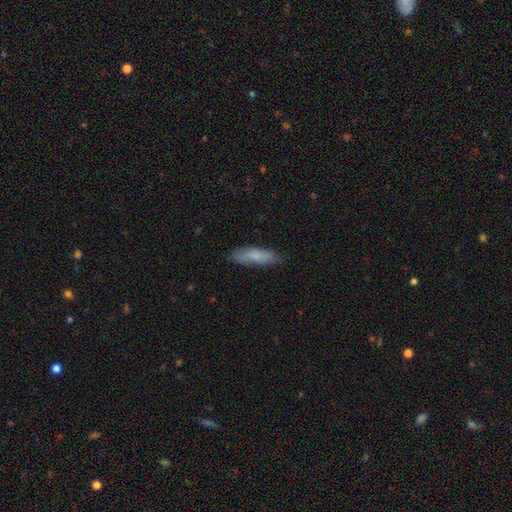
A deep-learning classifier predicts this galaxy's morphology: Smooth or featured: smooth — 76% (featured or disk — 18%)
How rounded: cigar-shaped — 61% (in between — 37%)
Merging: none — 77% (minor disturbance — 18%)